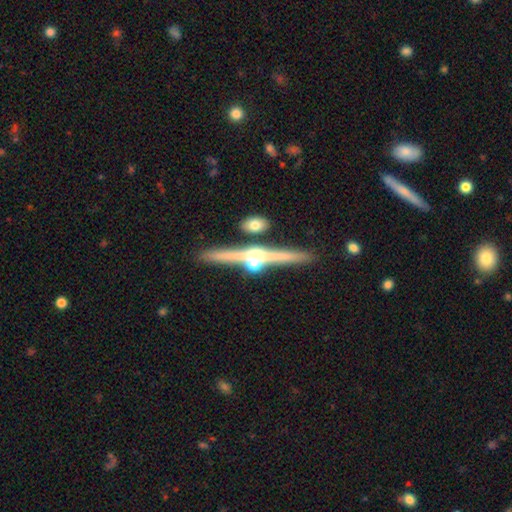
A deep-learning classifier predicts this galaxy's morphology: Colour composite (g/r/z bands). It shows a featured or disk galaxy (72%) viewed edge-on (96%) with a rounded central bulge (80%). Merging: none (75%).